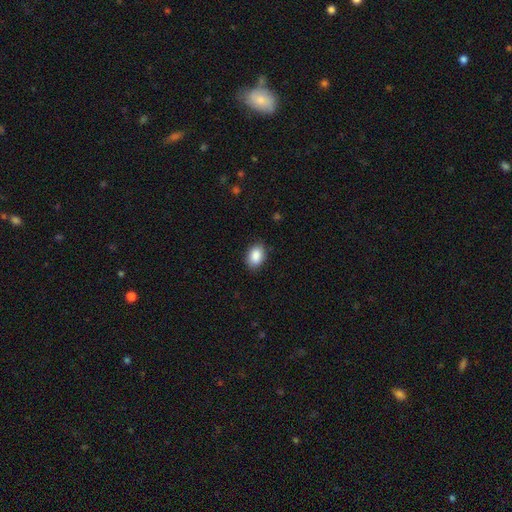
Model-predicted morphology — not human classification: Smooth or featured: smooth — 89% (star or artifact — 7%)
How rounded: in between — 84% (round — 15%)
Merging: none — 86% (minor disturbance — 11%)